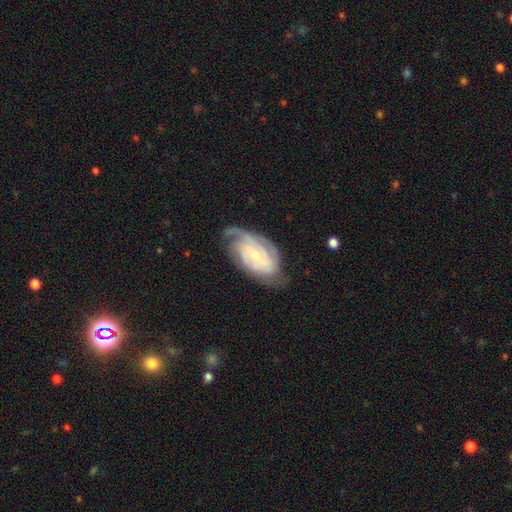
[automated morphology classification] A featured or disk galaxy (87%) with no bar (49%), 3 (31%) tight (64%) spiral arms (97%) and a small central bulge (61%).

Vote fractions:
- Smooth or featured? featured or disk: 87% / smooth: 8% / star or artifact: 5%
- Edge-on disk? no: 96% / yes: 4%
- Bar? no: 49% / weak: 38% / strong: 13%
- Spiral arms? yes: 97% / no: 3%
- Spiral winding? tight: 64% / medium: 30% / loose: 6%
- Spiral arm count? 3: 31% / 2: 30% / can't tell: 20% / 4: 10% / 1: 5% / more than 4: 4%
- Bulge size? small: 61% / moderate: 35% / none: 2% / large: 2% / dominant: 1%
- Merging? none: 69% / minor disturbance: 21% / major disturbance: 8% / merger: 1%